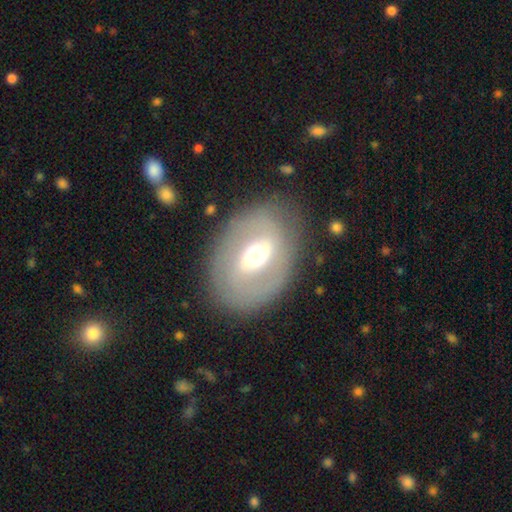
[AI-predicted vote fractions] smooth-or-featured: featured or disk: 66% | smooth: 28% | star or artifact: 6%
  disk-edge-on: no: 94% | yes: 6%
    bar: weak: 48% | strong: 32% | no: 20%
    has-spiral-arms: yes: 52% | no: 48%
    bulge-size: moderate: 69% | small: 16% | large: 13% | dominant: 1% | none: 1%
  merging: none: 79% | minor disturbance: 13% | major disturbance: 6% | merger: 2%